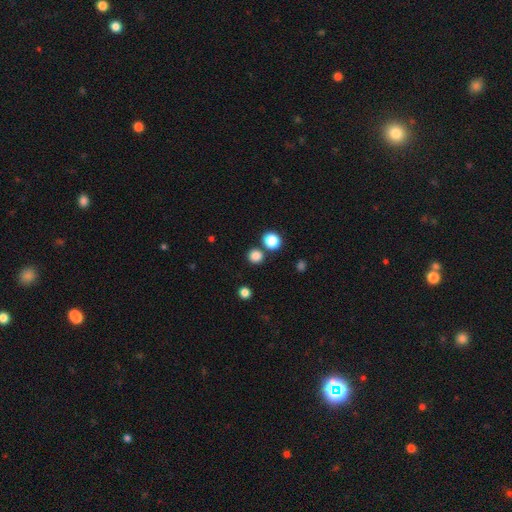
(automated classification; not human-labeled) A smooth galaxy with no disk features (82%) that is round (91%). Merging: none (79%).